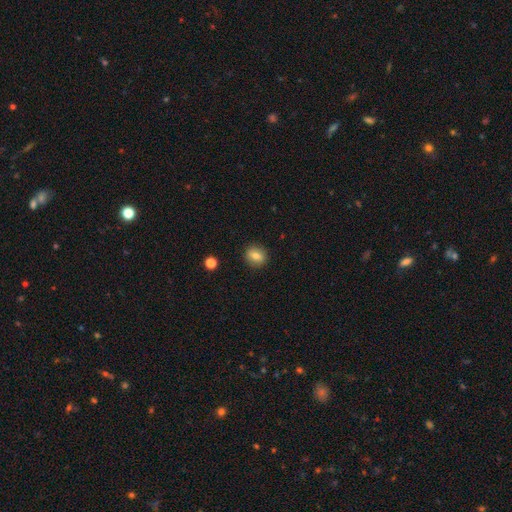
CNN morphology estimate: Overall: smooth (78%). How rounded: round (68%; in between 31%). Merging: none (89%).